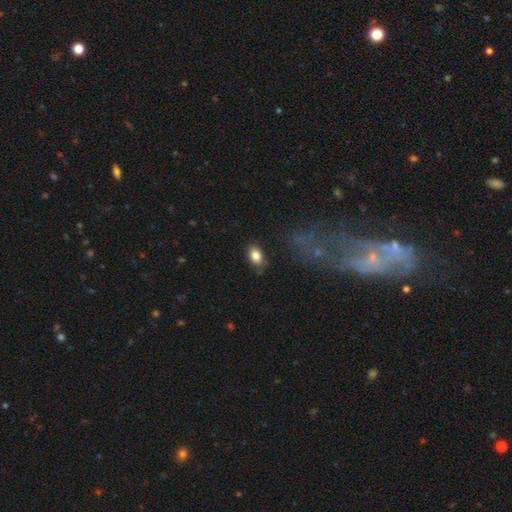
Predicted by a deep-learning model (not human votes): smooth_or_featured: smooth (p=0.84) [alt: star or artifact p=0.08]
how_rounded: in between (p=0.85) [alt: round p=0.14]
merging: none (p=0.81) [alt: minor disturbance p=0.14]